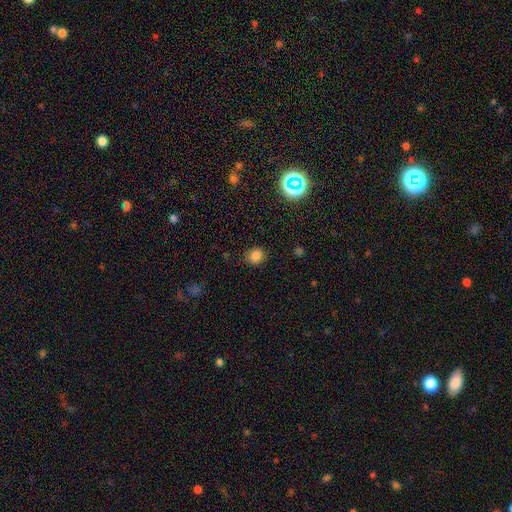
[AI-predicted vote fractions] A smooth galaxy with no disk features (80%) that is round (77%). Merging: none (84%).